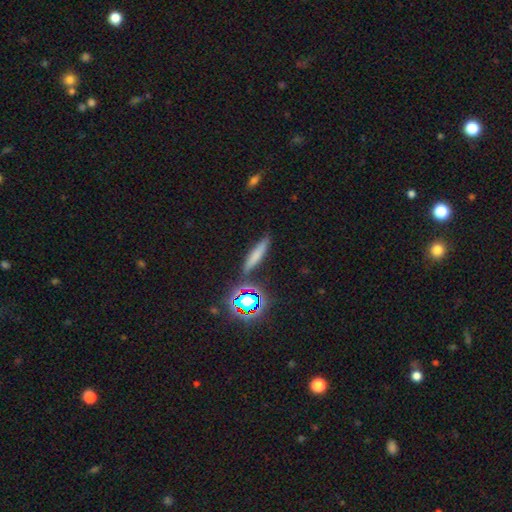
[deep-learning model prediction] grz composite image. It shows a smooth galaxy with no disk features (63%) that is cigar-shaped (83%). Merging: none (79%).